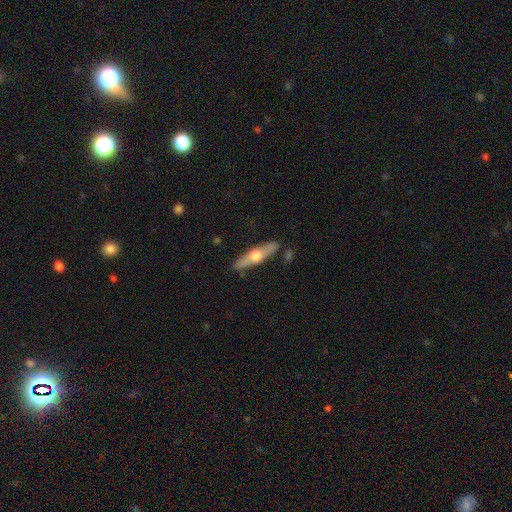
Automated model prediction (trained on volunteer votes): This is possibly a featured or disk galaxy (58%). It is clearly viewed edge-on (88%). Edge-on bulge: clearly rounded (94%). Merging: clearly none (86%).